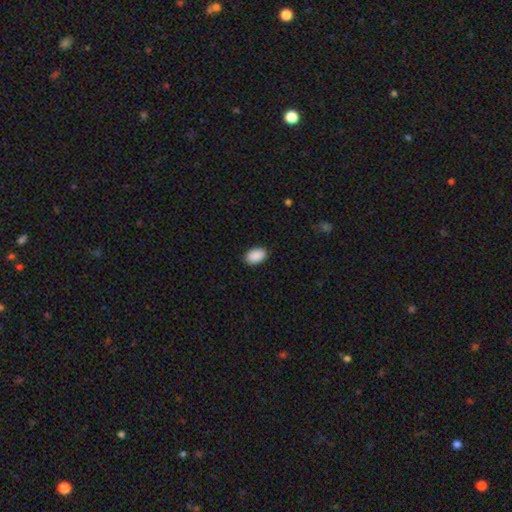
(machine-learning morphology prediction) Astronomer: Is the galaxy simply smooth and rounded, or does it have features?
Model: smooth — 91%.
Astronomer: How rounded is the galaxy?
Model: in between — 90%.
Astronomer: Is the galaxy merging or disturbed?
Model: none — 89%.